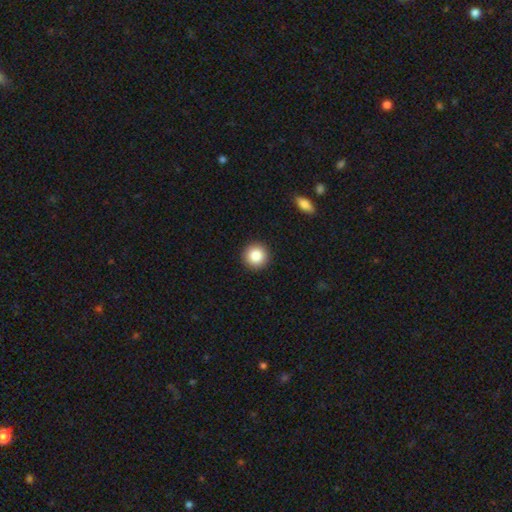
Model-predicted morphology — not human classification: Smooth or featured? smooth (86%)
How rounded? round (96%)
Merging? none (93%)